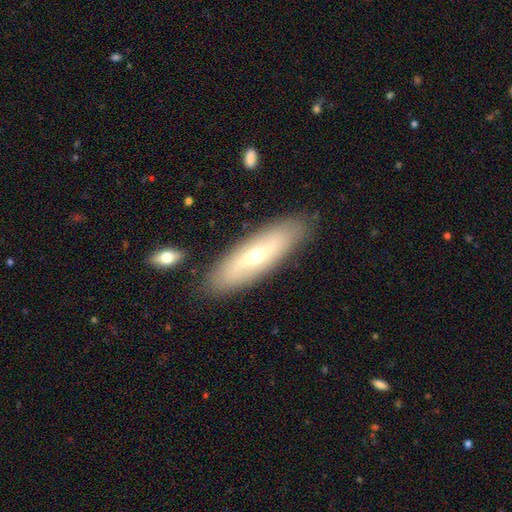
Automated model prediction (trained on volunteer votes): Overall: featured or disk (56%; smooth 38%). Edge-on disk: no (65%; yes 35%). Merging: none (86%).